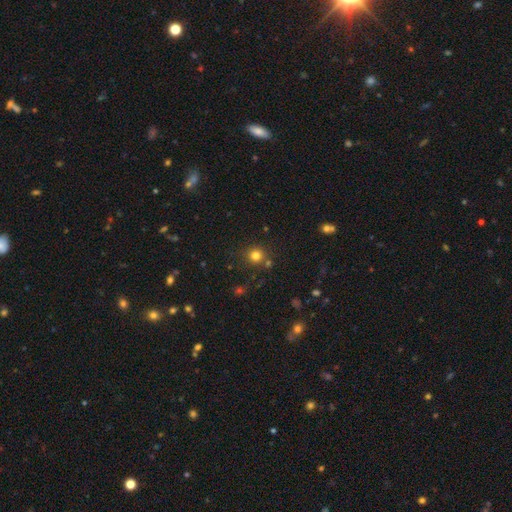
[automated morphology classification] smooth-or-featured: smooth: 78% | star or artifact: 16% | featured or disk: 6%
  how-rounded: round: 93% | in between: 6% | cigar-shaped: 1%
  merging: none: 80% | merger: 9% | minor disturbance: 8% | major disturbance: 3%